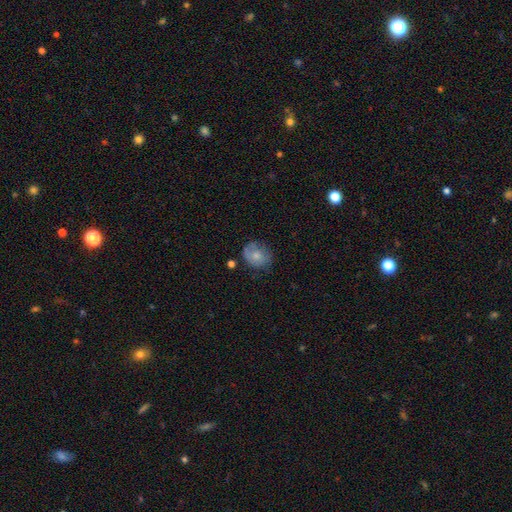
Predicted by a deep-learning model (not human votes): This is likely a smooth galaxy (67%). How rounded: likely round (61%). Merging: possibly none (58%).